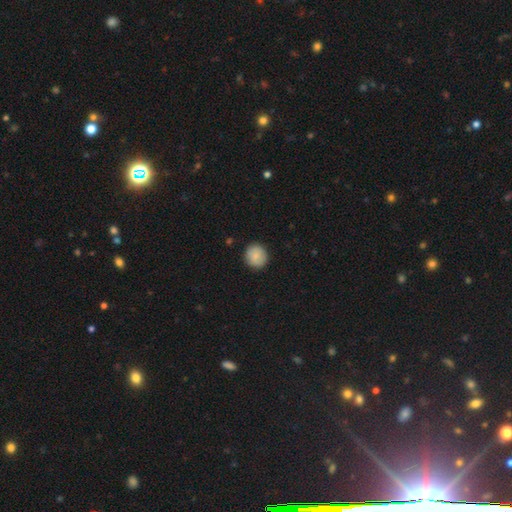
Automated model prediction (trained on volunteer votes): This appears to be a smooth galaxy with no disk features (85%) that is round (91%). Merging: none (89%).